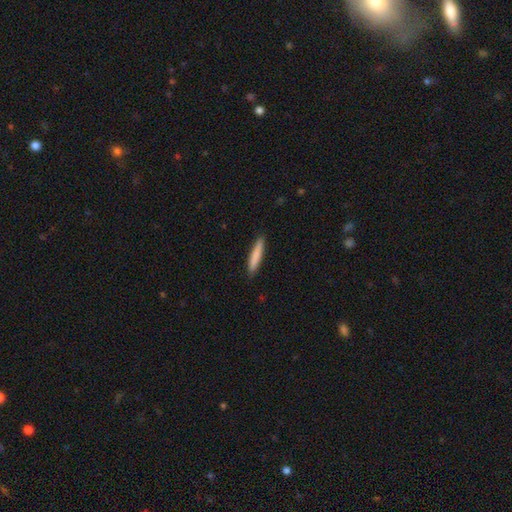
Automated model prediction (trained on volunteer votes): Overall: smooth (81%). How rounded: cigar-shaped (93%). Merging: none (90%).